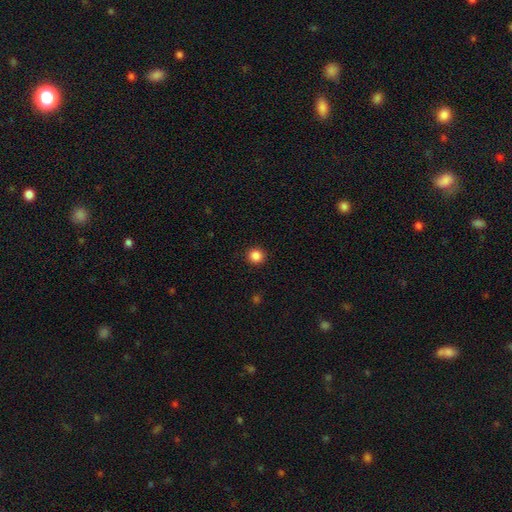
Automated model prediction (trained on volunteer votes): This appears to be a smooth galaxy with no disk features (86%) that is round (93%). Merging: none (93%).